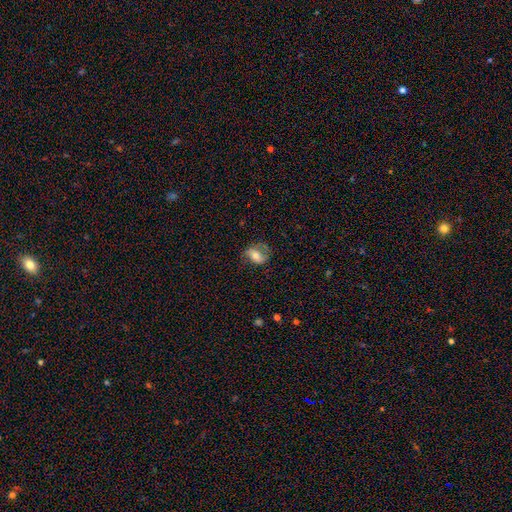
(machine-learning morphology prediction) Smooth or featured? smooth (50%)
How rounded? in between (75%)
Merging? none (63%)